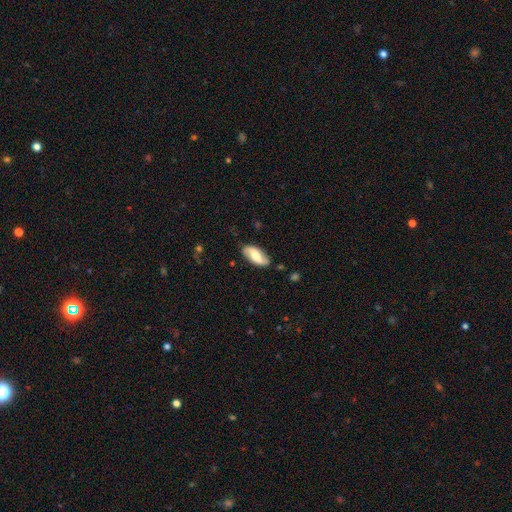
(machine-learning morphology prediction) Smooth or featured: featured or disk — 60% (smooth — 34%)
Edge-on disk: no — 91% (yes — 9%)
Bar: weak — 41% (strong — 30%)
Spiral arms: yes — 89% (no — 11%)
Bulge size: moderate — 45% (large — 25%)
Merging: none — 81% (minor disturbance — 14%)